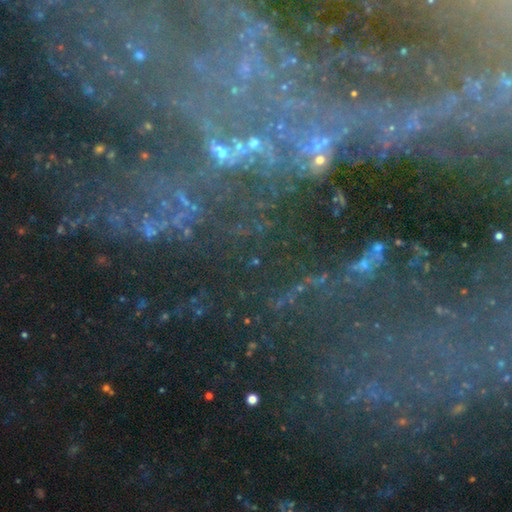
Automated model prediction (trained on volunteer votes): Overall: star or artifact (58%; featured or disk 30%).